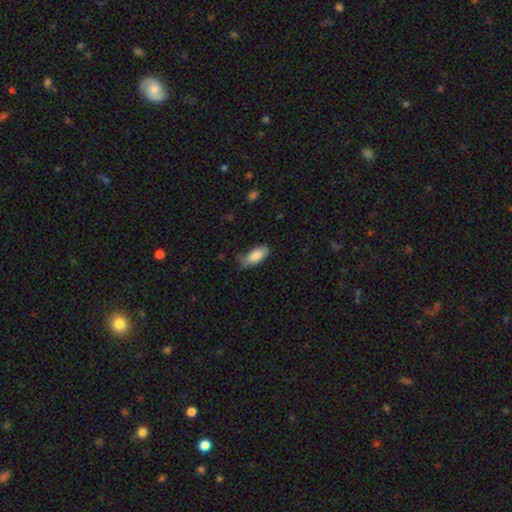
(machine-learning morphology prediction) Smooth or featured? Predicted: smooth (p=0.85). How rounded? Predicted: in between (p=0.86). Merging? Predicted: none (p=0.59).